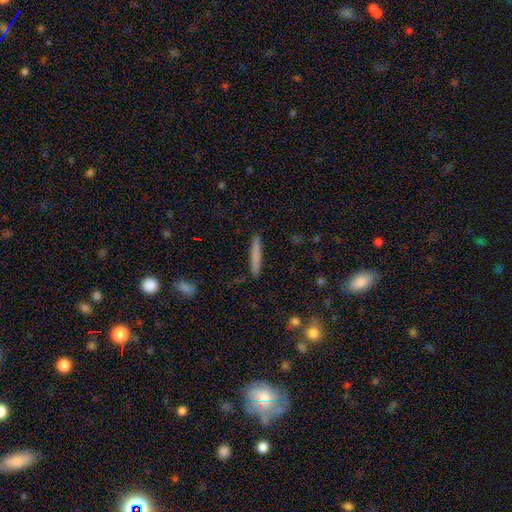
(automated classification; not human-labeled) A smooth galaxy with no disk features (75%) that is cigar-shaped (95%).

Vote fractions:
- Smooth or featured? smooth: 75% / featured or disk: 18% / star or artifact: 6%
- How rounded? cigar-shaped: 95% / in between: 4% / round: 1%
- Merging? none: 89% / minor disturbance: 8% / major disturbance: 2% / merger: 1%